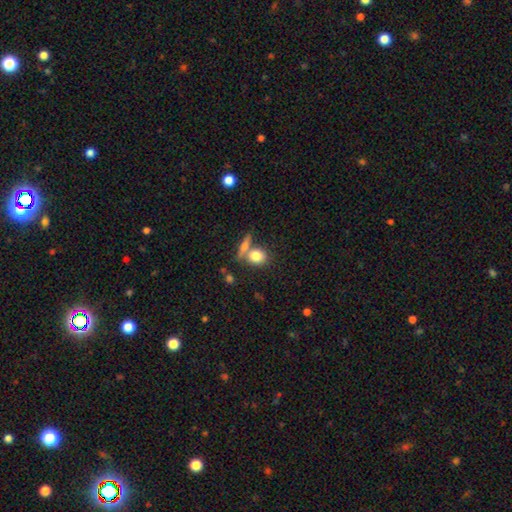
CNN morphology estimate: Smooth or featured? smooth (79%)
How rounded? round (58%)
Merging? none (53%)